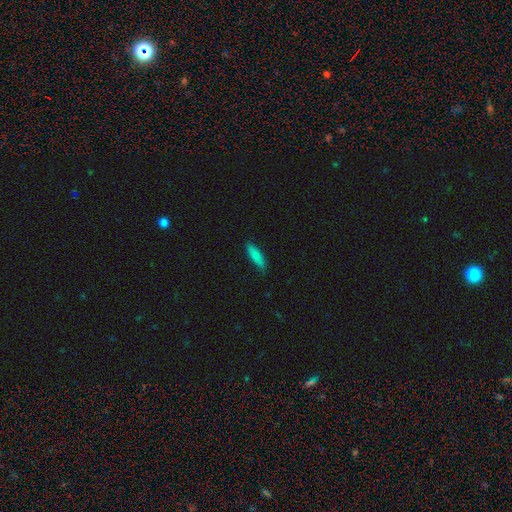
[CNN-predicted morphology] The model was most divided on "how rounded": cigar-shaped: 65%, in between: 33%, round: 2%. More confident: merging — none (83%); smooth or featured — smooth (80%).